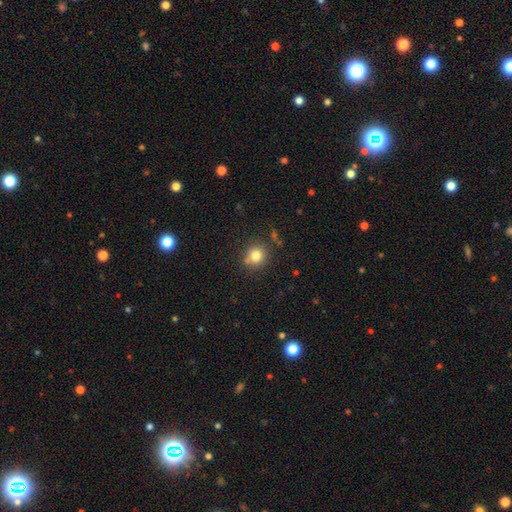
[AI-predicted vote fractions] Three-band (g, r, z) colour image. It shows a smooth galaxy with no disk features (79%) that is round (88%). Merging: none (77%).